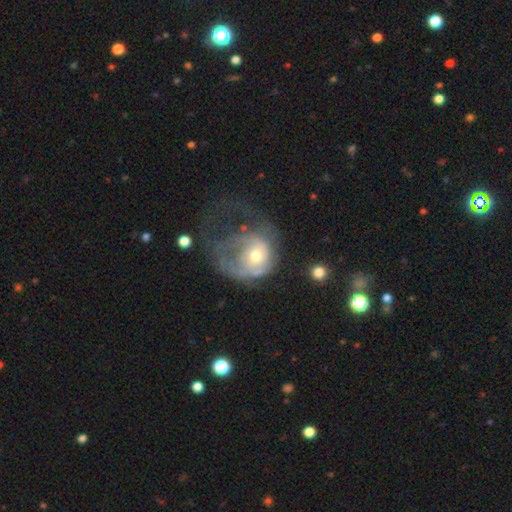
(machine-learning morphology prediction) A featured or disk galaxy (56%) with no bar (80%), no spiral arms (53%) and a moderate central bulge (58%). Merging: major disturbance (62%).